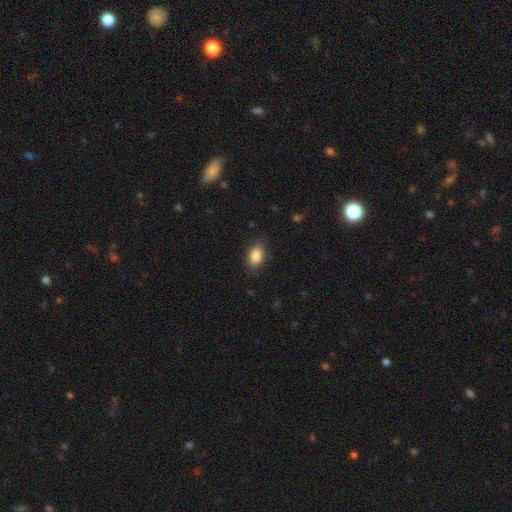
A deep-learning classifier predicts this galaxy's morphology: Smooth or featured? smooth (87%)
How rounded? in between (90%)
Merging? none (84%)